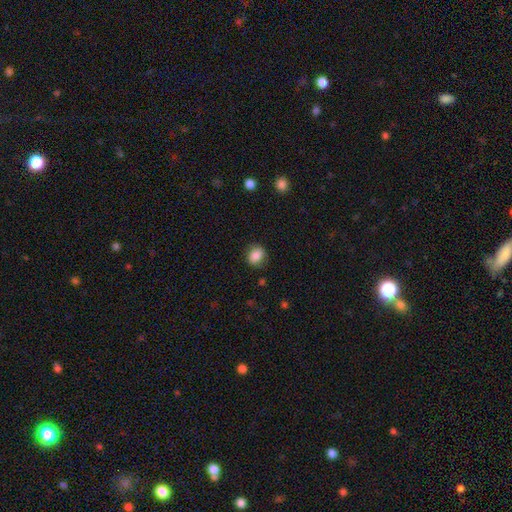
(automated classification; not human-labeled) Overall: smooth (84%). How rounded: round (58%; in between 41%). Merging: none (81%).